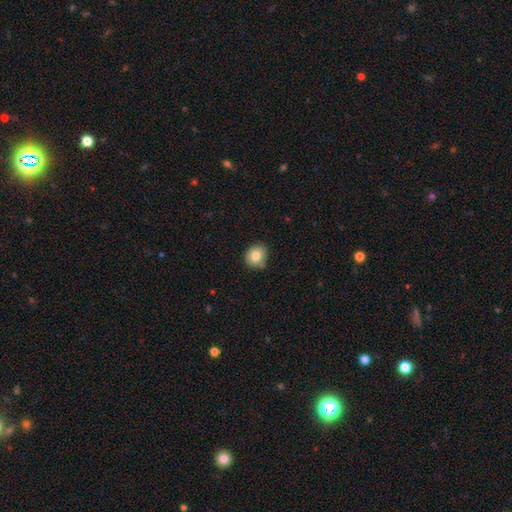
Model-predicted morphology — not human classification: This is clearly a smooth galaxy (80%). How rounded: likely round (75%). Merging: likely none (77%).